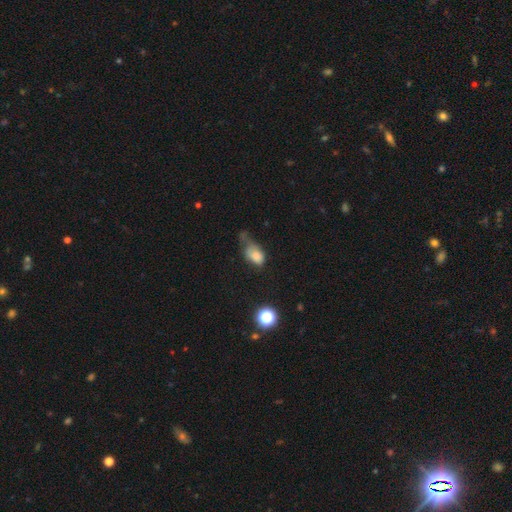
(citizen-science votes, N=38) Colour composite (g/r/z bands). It shows a smooth galaxy with no disk features (82%) that is in between round and cigar-shaped (84%). Merging: minor disturbance (38%).